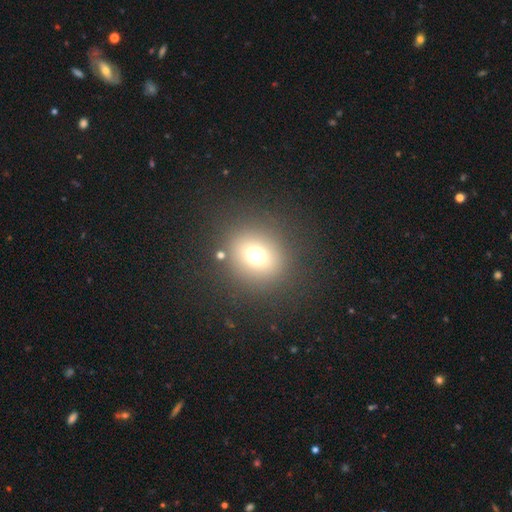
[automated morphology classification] This is likely a smooth galaxy (70%). How rounded: likely round (79%). Merging: clearly none (85%).